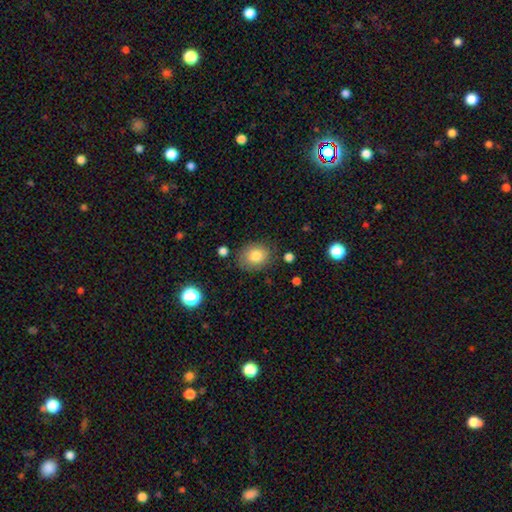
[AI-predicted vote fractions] This is clearly a smooth galaxy (81%). How rounded: possibly round (55%). Merging: likely none (80%).